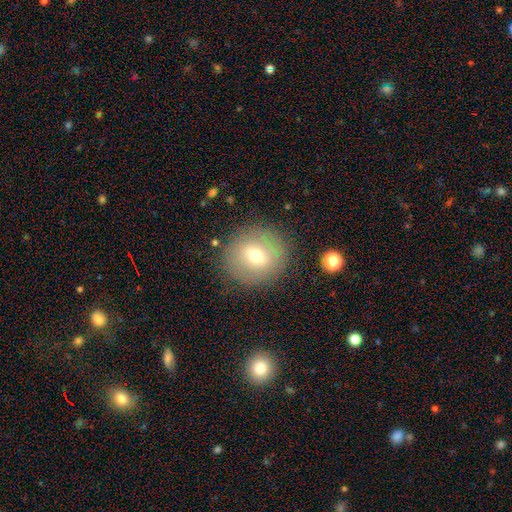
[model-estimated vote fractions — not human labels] This is likely a smooth galaxy (66%). How rounded: clearly round (89%). Merging: clearly none (86%).